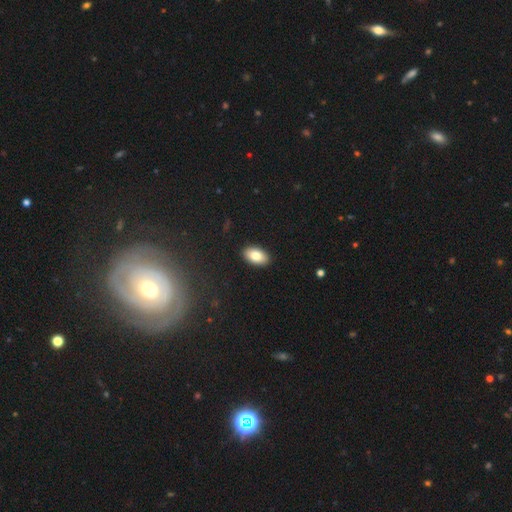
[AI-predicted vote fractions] smooth_or_featured: smooth (p=0.83) [alt: featured or disk p=0.10]
how_rounded: in between (p=0.94) [alt: round p=0.05]
merging: none (p=0.90) [alt: minor disturbance p=0.07]